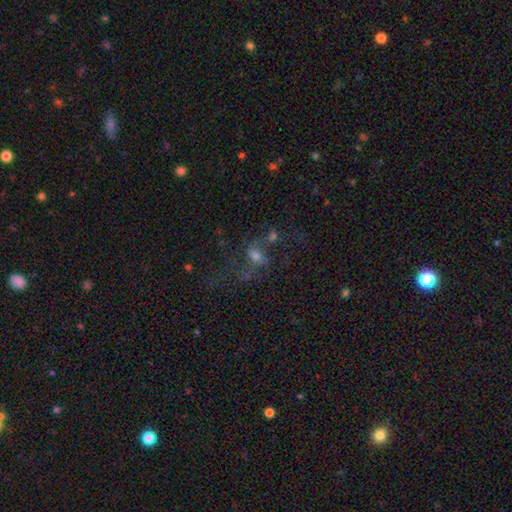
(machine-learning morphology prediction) A featured or disk galaxy (47%).

Vote fractions:
- Smooth or featured? featured or disk: 47% / smooth: 30% / star or artifact: 23%
- Merging? none: 38% / major disturbance: 29% / merger: 19% / minor disturbance: 14%